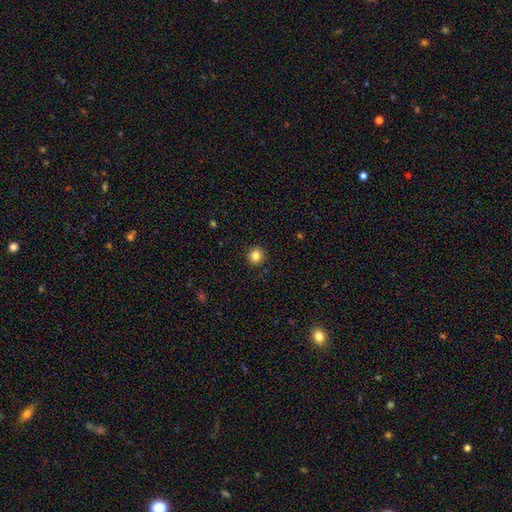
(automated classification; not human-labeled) Overall: smooth (84%). How rounded: round (91%). Merging: none (92%).